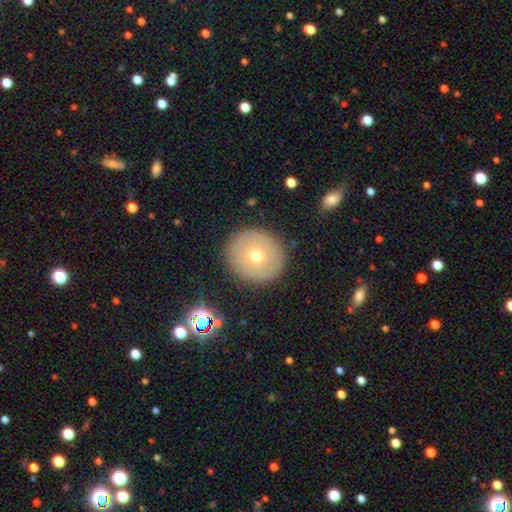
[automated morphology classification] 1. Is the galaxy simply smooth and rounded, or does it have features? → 65% smooth, 24% featured or disk, 11% star or artifact.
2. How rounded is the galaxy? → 92% round, 7% in between, 1% cigar-shaped.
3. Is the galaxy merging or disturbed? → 89% none, 7% minor disturbance, 3% major disturbance, 1% merger.